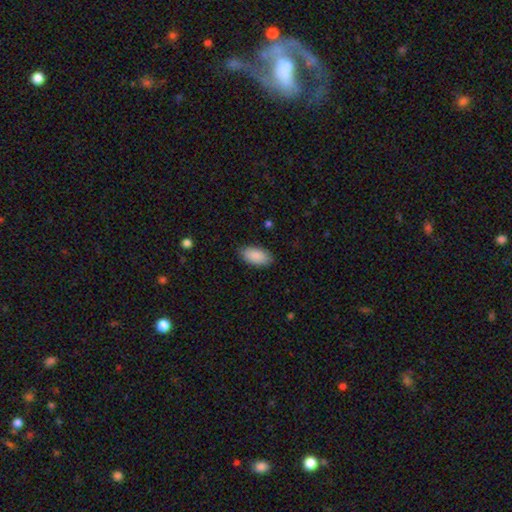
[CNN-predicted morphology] The model was most divided on "merging": none: 87%, minor disturbance: 10%, major disturbance: 2%, merger: 1%. More confident: how rounded — in between (95%); smooth or featured — smooth (89%).